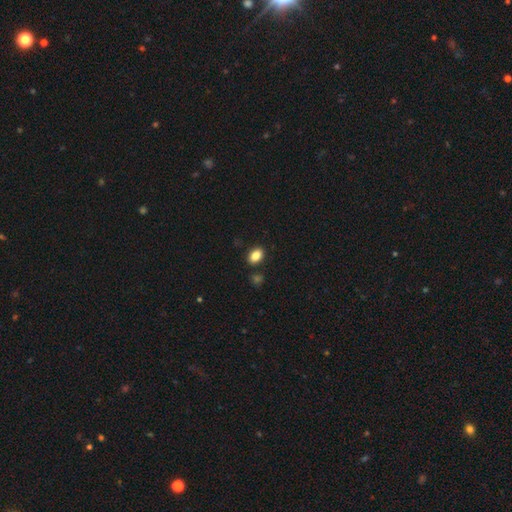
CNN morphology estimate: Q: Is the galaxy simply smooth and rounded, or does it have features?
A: smooth — 86%.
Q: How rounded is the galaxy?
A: in between — 82%.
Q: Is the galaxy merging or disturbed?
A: none — 85%.